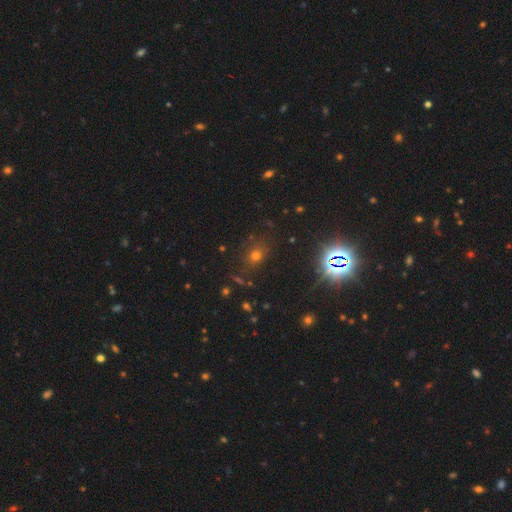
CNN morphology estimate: smooth-or-featured: smooth: 49% | star or artifact: 41% | featured or disk: 10%
  merging: none: 79% | minor disturbance: 12% | major disturbance: 5% | merger: 4%